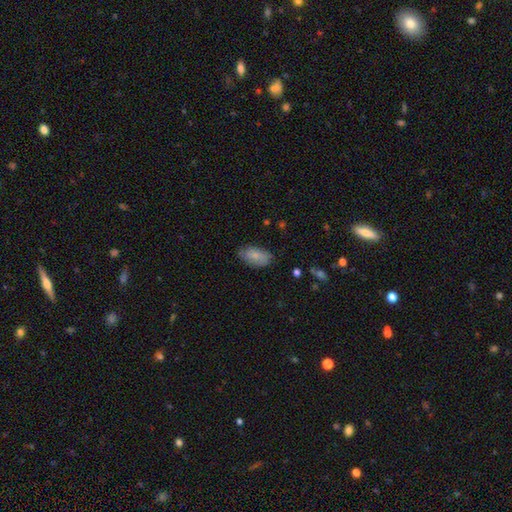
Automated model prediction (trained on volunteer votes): smooth 72%, featured or disk 21%, star or artifact 7%. Down the decision tree: how rounded — in between (93%); merging — none (70%).